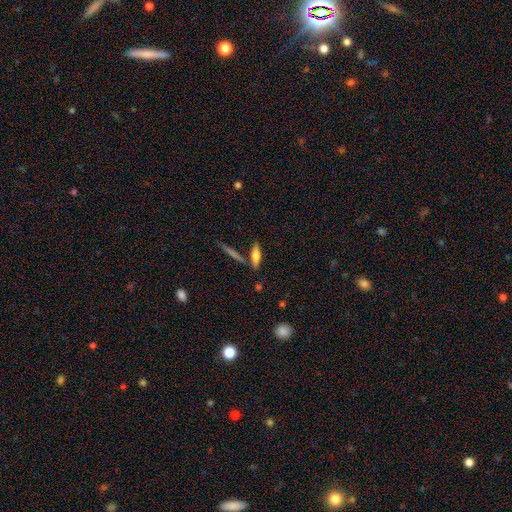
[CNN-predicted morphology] Q: Smooth or featured?
A: smooth (61%); runner-up: featured or disk (32%)
Q: How rounded?
A: cigar-shaped (63%); runner-up: in between (34%)
Q: Merging?
A: none (73%); runner-up: minor disturbance (12%)